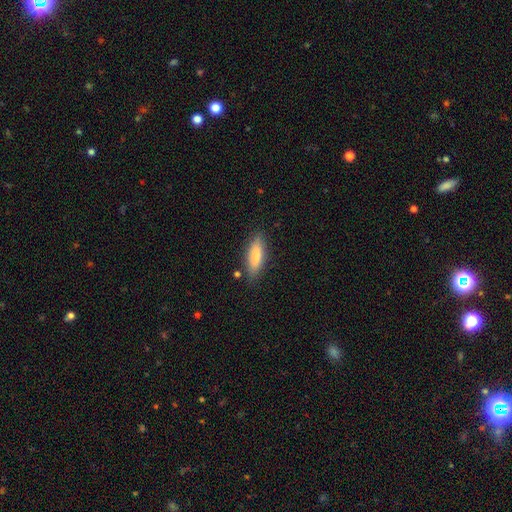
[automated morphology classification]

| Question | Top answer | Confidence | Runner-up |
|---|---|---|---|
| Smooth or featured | smooth | 82% | featured or disk (12%) |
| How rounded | in between | 53% | cigar-shaped (45%) |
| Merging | none | 81% | minor disturbance (13%) |